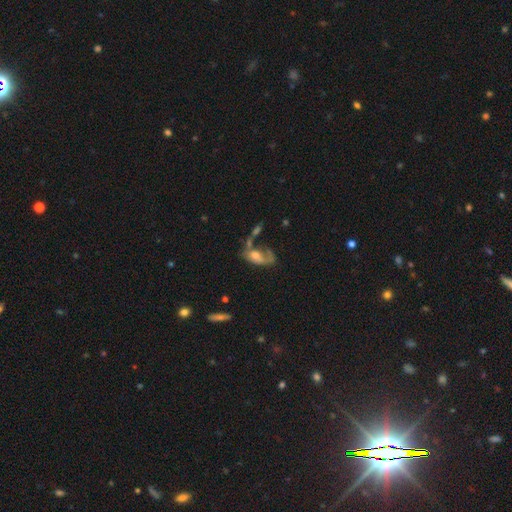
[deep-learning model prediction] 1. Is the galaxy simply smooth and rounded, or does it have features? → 48% featured or disk, 43% smooth, 9% star or artifact.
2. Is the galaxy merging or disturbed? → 34% major disturbance, 25% merger, 23% none, 18% minor disturbance.